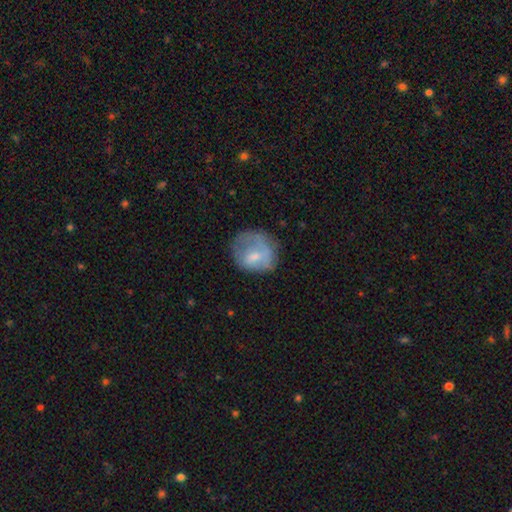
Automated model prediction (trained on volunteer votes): A smooth galaxy with no disk features (56%) that is round (65%).

Vote fractions:
- Smooth or featured? smooth: 56% / featured or disk: 35% / star or artifact: 8%
- How rounded? round: 65% / in between: 34% / cigar-shaped: 1%
- Merging? none: 43% / minor disturbance: 28% / major disturbance: 27% / merger: 2%